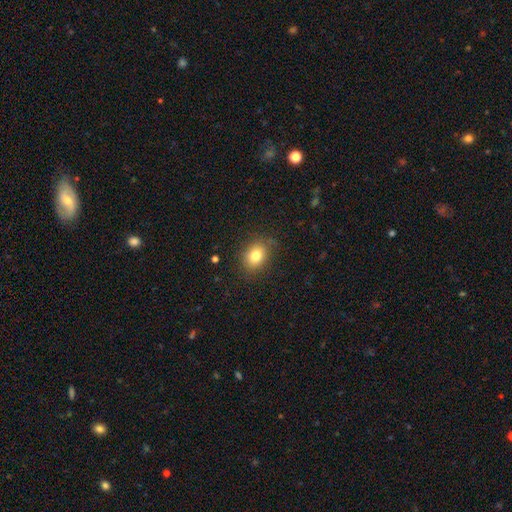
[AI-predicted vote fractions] Smooth or featured? smooth (81%)
How rounded? in between (53%)
Merging? none (83%)